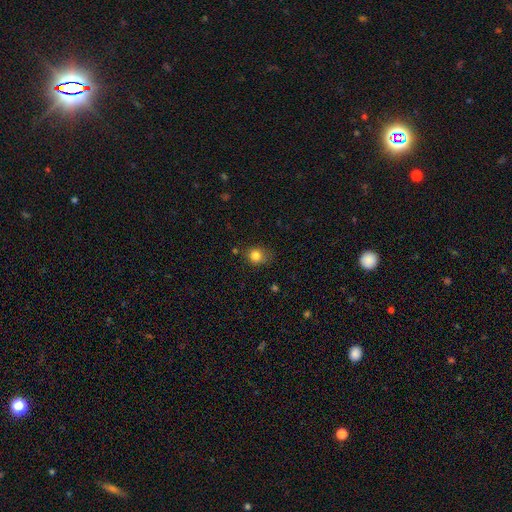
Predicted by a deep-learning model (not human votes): This appears to be a smooth galaxy with no disk features (82%) that is round (74%). Merging: none (64%).